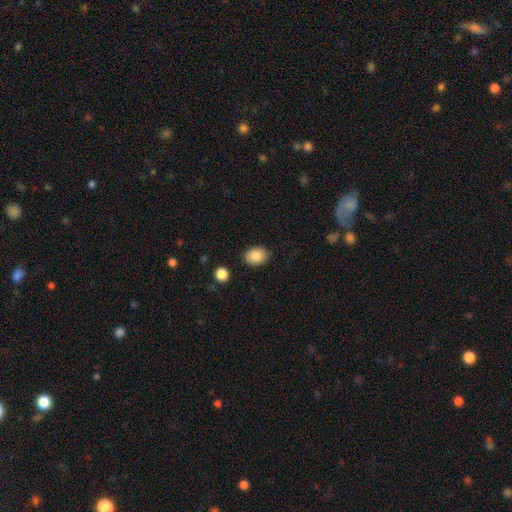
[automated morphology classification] smooth-or-featured: smooth: 87% | star or artifact: 8% | featured or disk: 5%
  how-rounded: in between: 58% | round: 41% | cigar-shaped: 1%
  merging: none: 86% | minor disturbance: 9% | major disturbance: 2% | merger: 2%